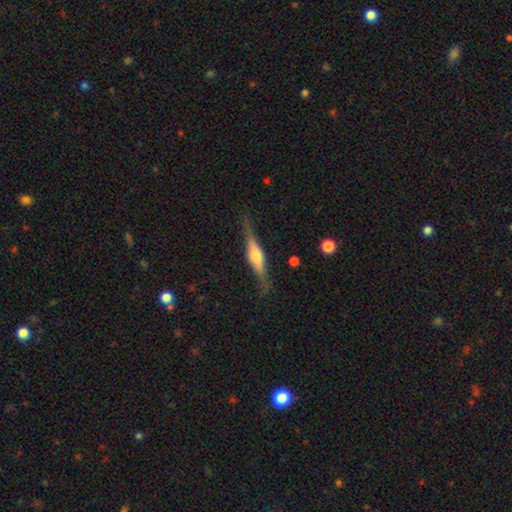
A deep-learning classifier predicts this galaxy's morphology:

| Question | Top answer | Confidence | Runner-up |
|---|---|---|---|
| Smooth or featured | featured or disk | 69% | smooth (25%) |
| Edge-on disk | yes | 96% | no (4%) |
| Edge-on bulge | rounded | 81% | boxy (15%) |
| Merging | none | 80% | minor disturbance (14%) |